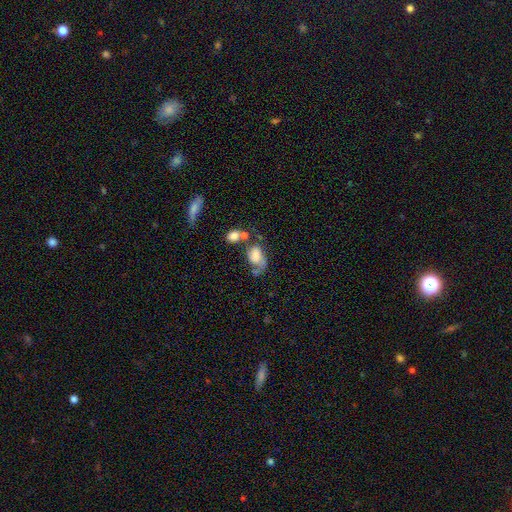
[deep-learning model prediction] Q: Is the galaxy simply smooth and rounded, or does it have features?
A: smooth — 52%.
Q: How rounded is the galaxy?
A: in between — 83%.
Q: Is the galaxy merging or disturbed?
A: merger — 30%.